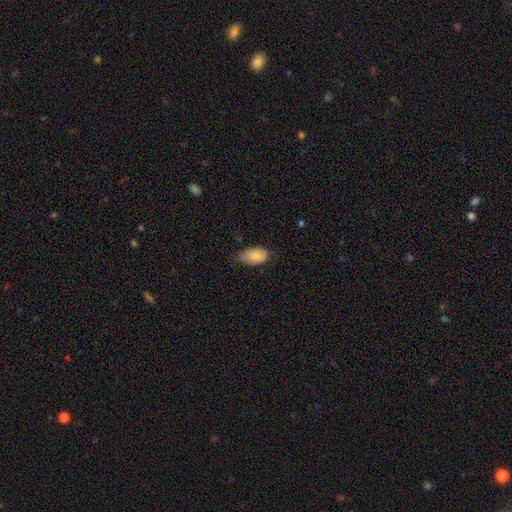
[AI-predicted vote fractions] smooth 83%, featured or disk 10%, star or artifact 7%. Down the decision tree: how rounded — in between (92%); merging — none (61%).